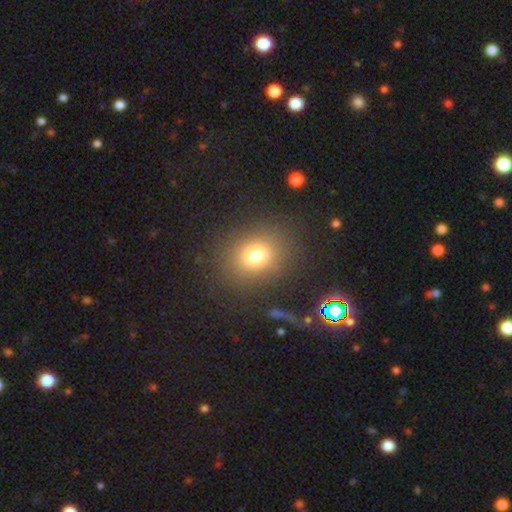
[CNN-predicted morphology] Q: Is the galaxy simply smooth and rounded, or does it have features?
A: smooth — 73%.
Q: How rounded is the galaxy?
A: round — 67%.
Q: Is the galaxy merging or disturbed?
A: none — 84%.